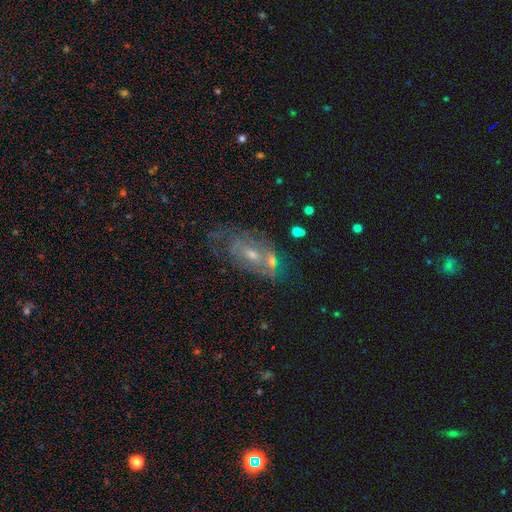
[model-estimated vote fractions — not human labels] Smooth or featured? Predicted: featured or disk (p=0.62). Edge-on disk? Predicted: no (p=0.89). Bar? Predicted: no (p=0.64). Spiral arms? Predicted: yes (p=0.65). Bulge size? Predicted: small (p=0.50). Merging? Predicted: none (p=0.55).